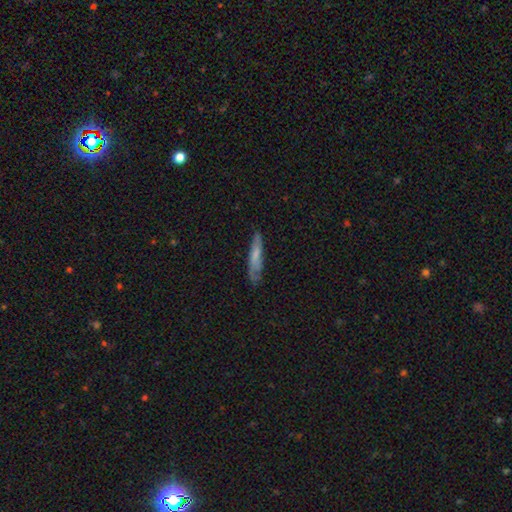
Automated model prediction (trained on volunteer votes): smooth_or_featured: smooth (p=0.61) [alt: featured or disk p=0.33]
how_rounded: cigar-shaped (p=0.84) [alt: in between p=0.15]
merging: none (p=0.68) [alt: minor disturbance p=0.23]